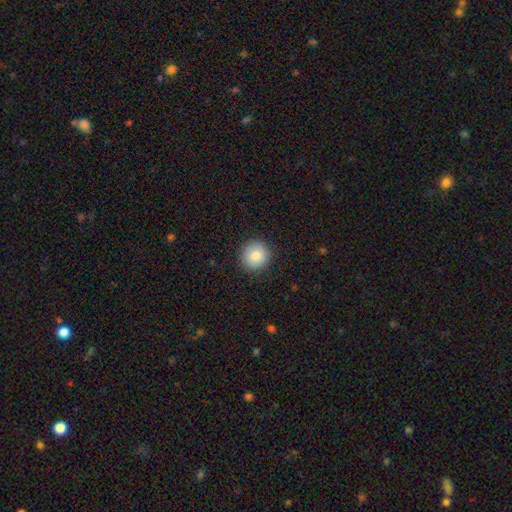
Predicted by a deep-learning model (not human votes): Smooth or featured? Predicted: smooth (p=0.84). How rounded? Predicted: round (p=0.93). Merging? Predicted: none (p=0.90).